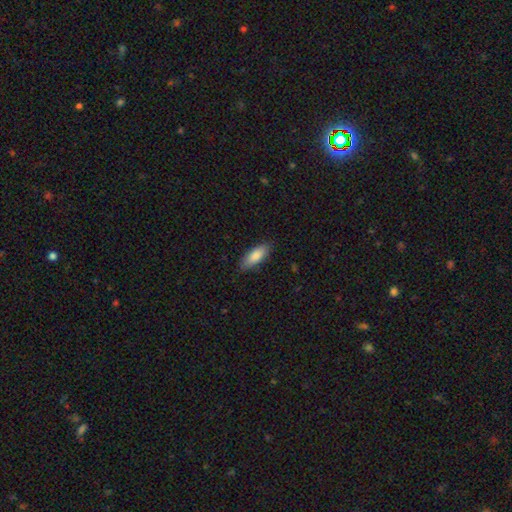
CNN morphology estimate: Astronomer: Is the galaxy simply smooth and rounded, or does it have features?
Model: smooth — 83%.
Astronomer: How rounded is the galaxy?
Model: in between — 71%.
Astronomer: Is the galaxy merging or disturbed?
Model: none — 84%.